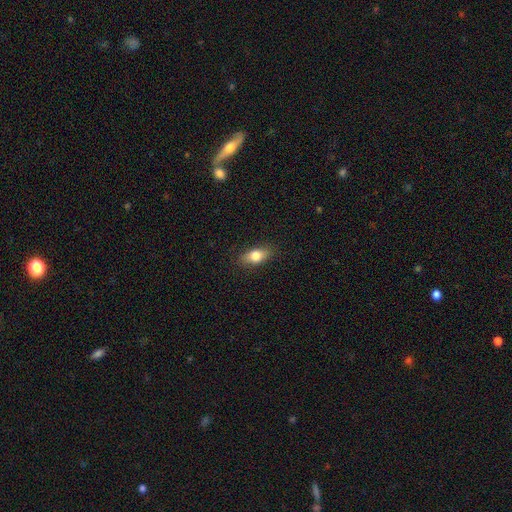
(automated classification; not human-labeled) smooth 76%, featured or disk 16%, star or artifact 8%. Down the decision tree: how rounded — in between (79%); merging — none (85%).